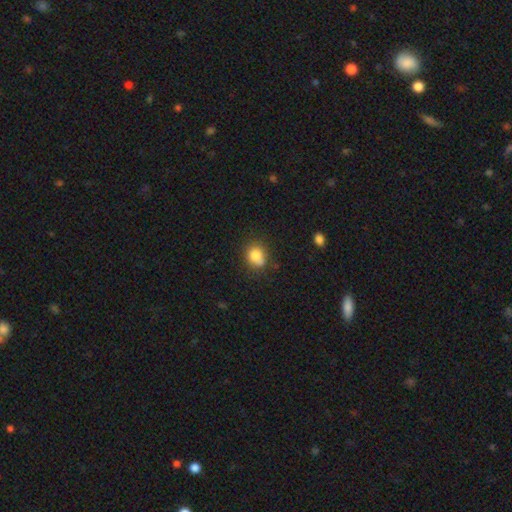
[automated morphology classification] smooth_or_featured: smooth (p=0.80) [alt: star or artifact p=0.11]
how_rounded: round (p=0.69) [alt: in between p=0.30]
merging: none (p=0.62) [alt: minor disturbance p=0.21]